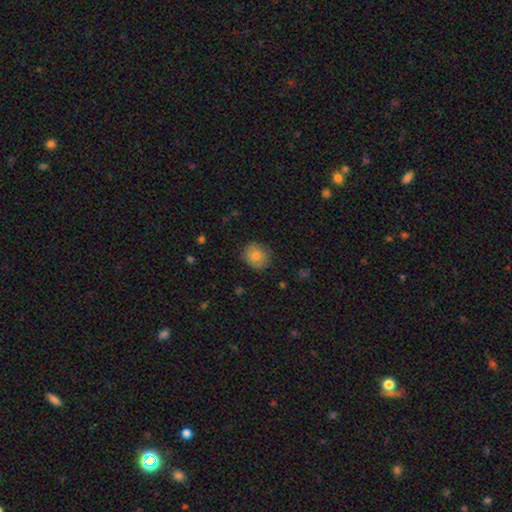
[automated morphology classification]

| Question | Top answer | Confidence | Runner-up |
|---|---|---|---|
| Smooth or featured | smooth | 81% | featured or disk (10%) |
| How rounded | round | 80% | in between (19%) |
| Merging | none | 84% | minor disturbance (12%) |